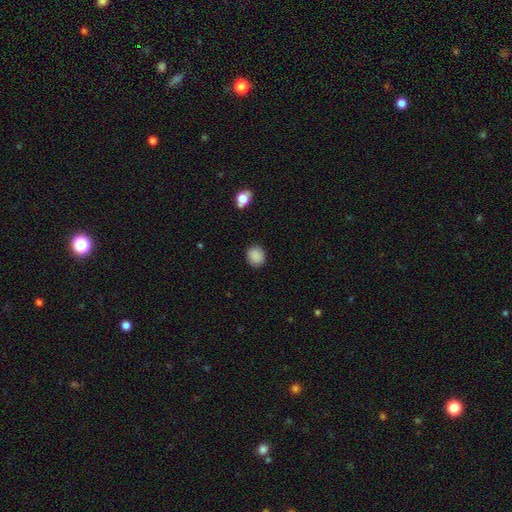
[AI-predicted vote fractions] smooth 87%, star or artifact 9%, featured or disk 5%. Down the decision tree: how rounded — round (81%); merging — none (87%).